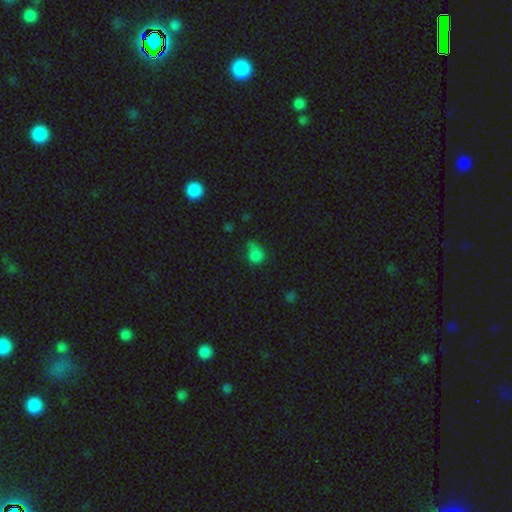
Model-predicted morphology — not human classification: Smooth or featured: smooth — 78% (star or artifact — 15%)
How rounded: round — 63% (in between — 35%)
Merging: none — 40% (minor disturbance — 32%)